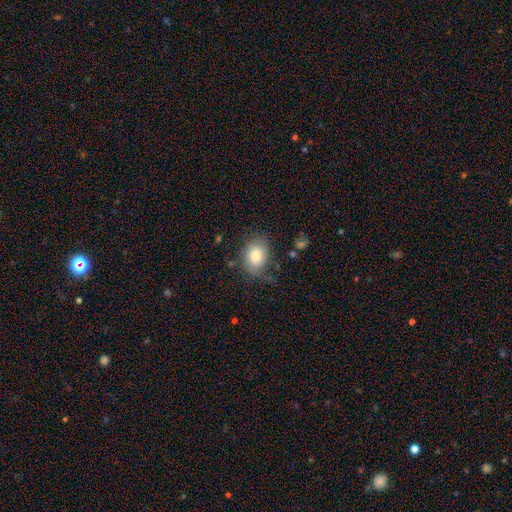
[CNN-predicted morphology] This appears to be a smooth galaxy with no disk features (79%) that is in between round and cigar-shaped (70%). Merging: none (70%).